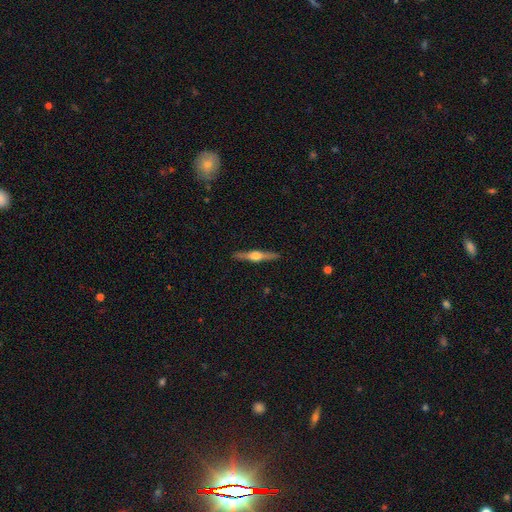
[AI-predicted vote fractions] Q: Smooth or featured?
A: featured or disk (74%); runner-up: smooth (20%)
Q: Edge-on disk?
A: yes (98%); runner-up: no (2%)
Q: Edge-on bulge?
A: rounded (95%); runner-up: boxy (3%)
Q: Merging?
A: none (91%); runner-up: minor disturbance (6%)